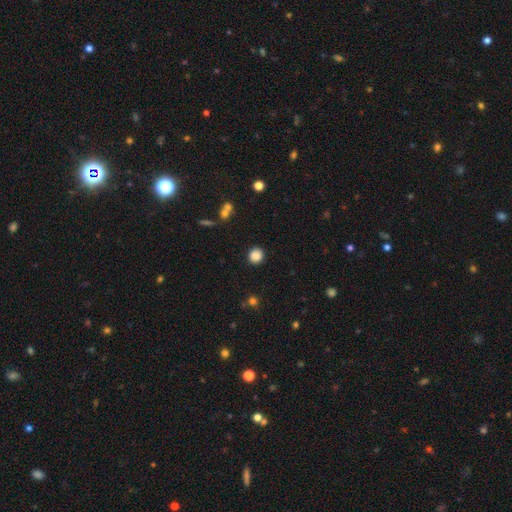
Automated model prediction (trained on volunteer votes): A smooth galaxy with no disk features (86%) that is round (87%). Merging: none (89%).